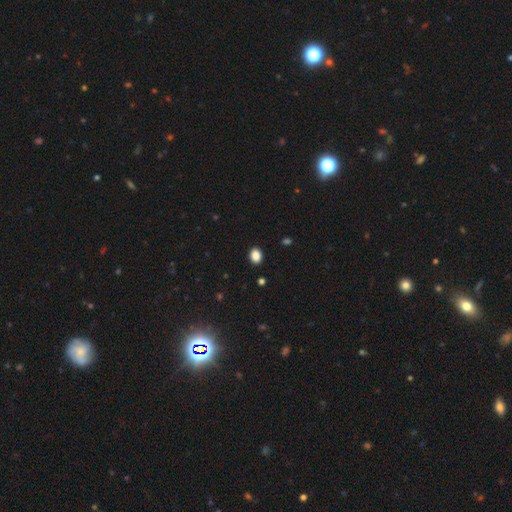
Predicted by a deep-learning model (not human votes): Smooth or featured?
  - smooth: 87% *
  - star or artifact: 10%
  - featured or disk: 3%
How rounded?
  - in between: 65% *
  - round: 33%
  - cigar-shaped: 1%
Merging?
  - none: 91% *
  - minor disturbance: 6%
  - major disturbance: 2%
  - merger: 1%